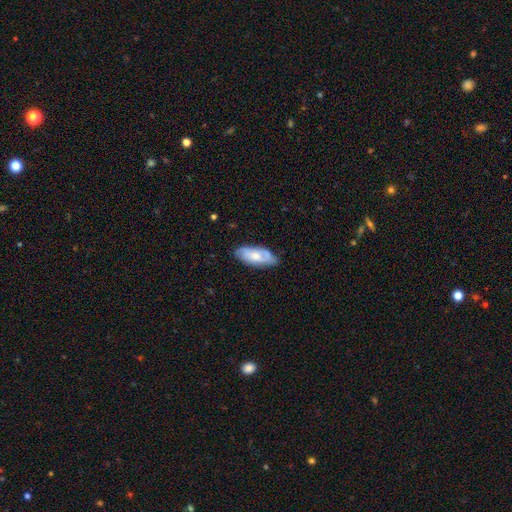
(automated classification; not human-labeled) Q: Smooth or featured?
A: smooth (53%); runner-up: featured or disk (41%)
Q: How rounded?
A: in between (84%); runner-up: cigar-shaped (13%)
Q: Merging?
A: none (72%); runner-up: minor disturbance (22%)